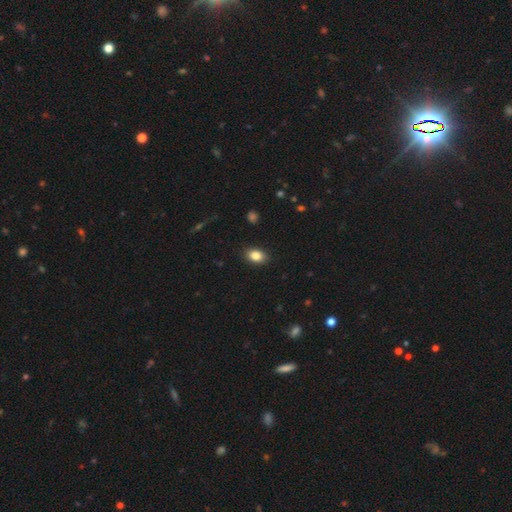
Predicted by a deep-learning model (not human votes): A smooth galaxy with no disk features (85%) that is in between round and cigar-shaped (80%).

Vote fractions:
- Smooth or featured? smooth: 85% / star or artifact: 9% / featured or disk: 6%
- How rounded? in between: 80% / round: 19% / cigar-shaped: 1%
- Merging? none: 88% / minor disturbance: 9% / major disturbance: 2% / merger: 1%